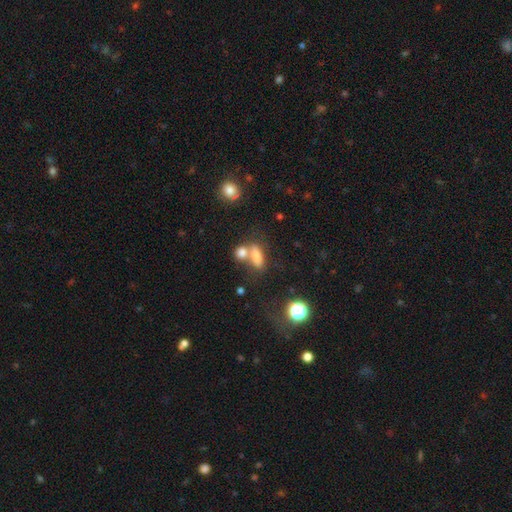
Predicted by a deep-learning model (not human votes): Smooth or featured?
  - smooth: 76% *
  - star or artifact: 12%
  - featured or disk: 12%
How rounded?
  - in between: 69% *
  - cigar-shaped: 18%
  - round: 12%
Merging?
  - merger: 44% *
  - none: 38%
  - minor disturbance: 11%
  - major disturbance: 7%